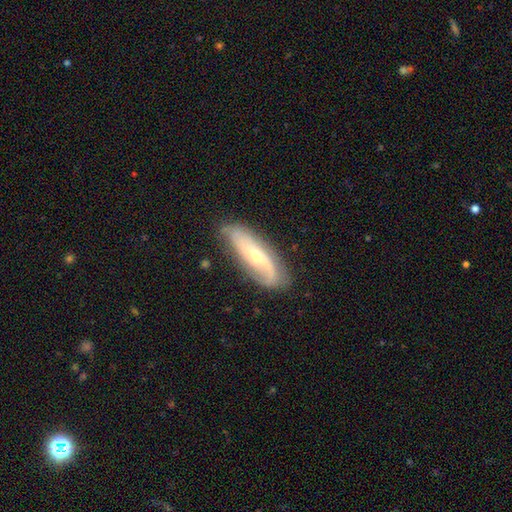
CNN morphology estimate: Smooth or featured: featured or disk — 69% (smooth — 24%)
Edge-on disk: no — 81% (yes — 19%)
Bar: no — 54% (weak — 34%)
Spiral arms: yes — 88% (no — 12%)
Bulge size: small — 52% (moderate — 42%)
Merging: none — 74% (minor disturbance — 19%)